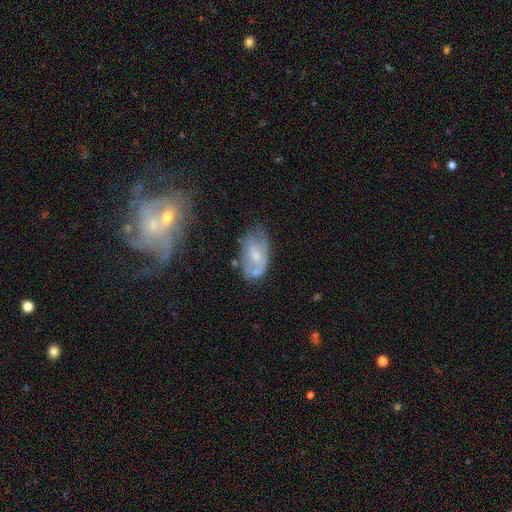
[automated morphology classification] smooth-or-featured: featured or disk: 48% | smooth: 44% | star or artifact: 8%
  merging: none: 46% | minor disturbance: 31% | major disturbance: 14% | merger: 8%